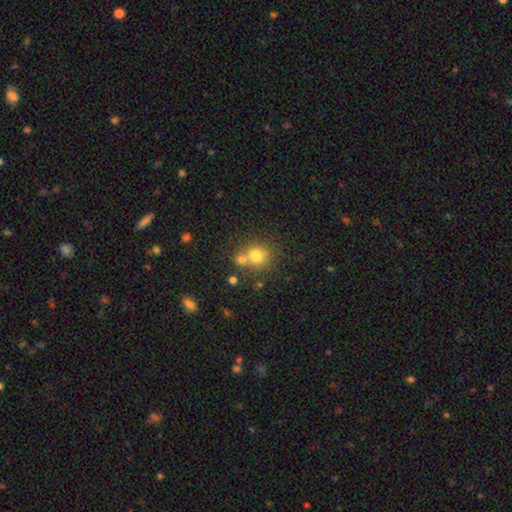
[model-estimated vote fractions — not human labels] Smooth or featured? smooth (75%)
How rounded? round (86%)
Merging? none (53%)